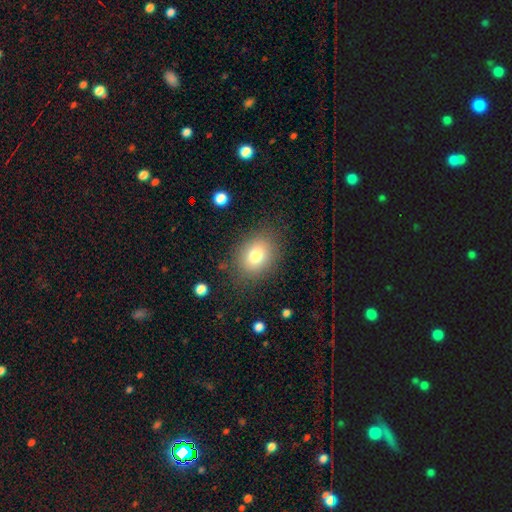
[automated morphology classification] type=smooth (78%); roundness=in between (53%); merging=none (82%).